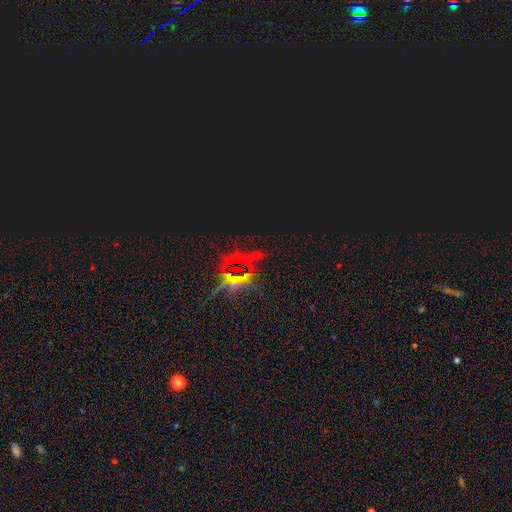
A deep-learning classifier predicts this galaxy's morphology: The model was most divided on "smooth or featured": star or artifact: 83%, smooth: 11%, featured or disk: 6%.